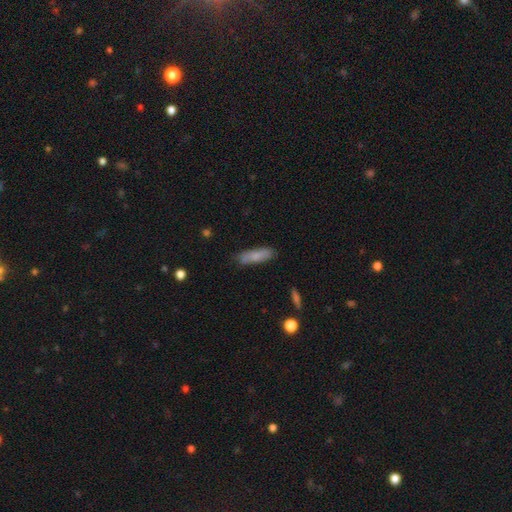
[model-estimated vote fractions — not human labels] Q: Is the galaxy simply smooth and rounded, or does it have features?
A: smooth — 78%.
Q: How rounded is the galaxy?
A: cigar-shaped — 63%.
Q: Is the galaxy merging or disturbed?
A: none — 77%.